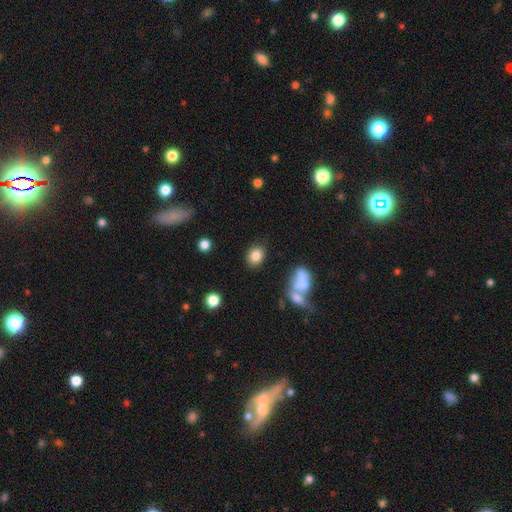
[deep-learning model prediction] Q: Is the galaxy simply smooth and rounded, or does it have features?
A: smooth — 84%.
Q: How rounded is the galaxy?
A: in between — 54%.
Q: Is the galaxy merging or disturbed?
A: none — 79%.